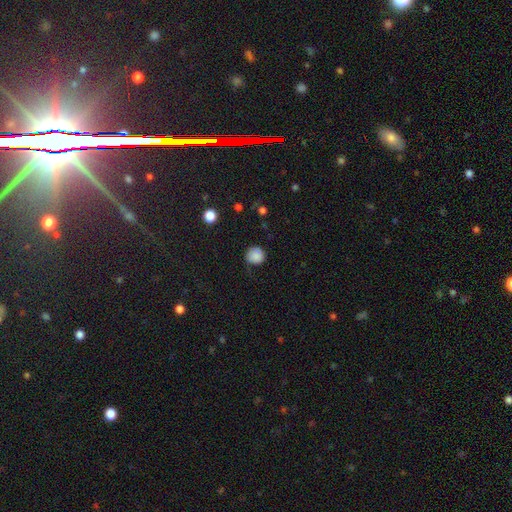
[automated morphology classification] This appears to be a smooth galaxy with no disk features (83%) that is round (88%). Merging: none (67%).